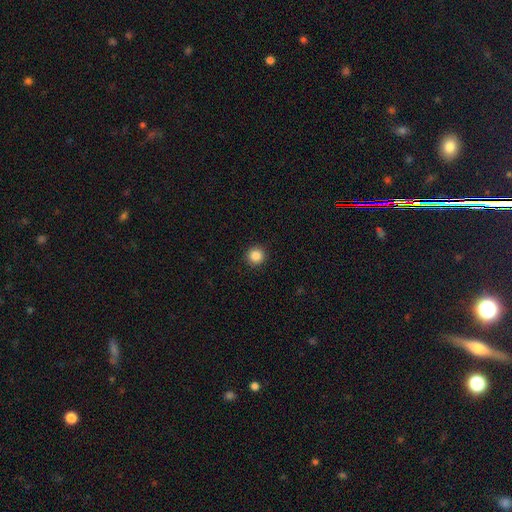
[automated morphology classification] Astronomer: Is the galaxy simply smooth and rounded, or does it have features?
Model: smooth — 86%.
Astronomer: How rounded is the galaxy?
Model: round — 95%.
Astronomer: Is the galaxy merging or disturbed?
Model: none — 92%.